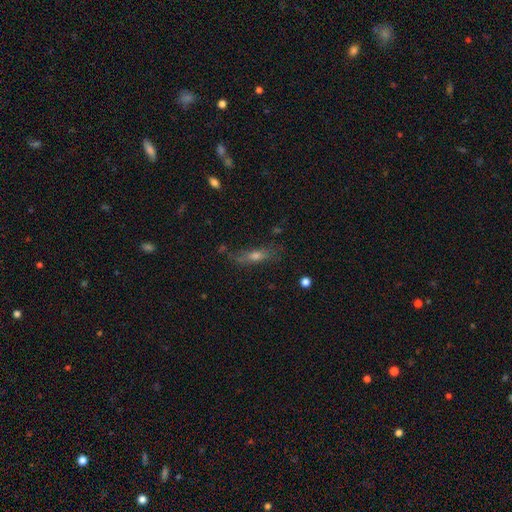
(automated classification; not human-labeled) A smooth galaxy with no disk features (49%).

Vote fractions:
- Smooth or featured? smooth: 49% / featured or disk: 36% / star or artifact: 15%
- Merging? none: 66% / minor disturbance: 21% / major disturbance: 9% / merger: 4%